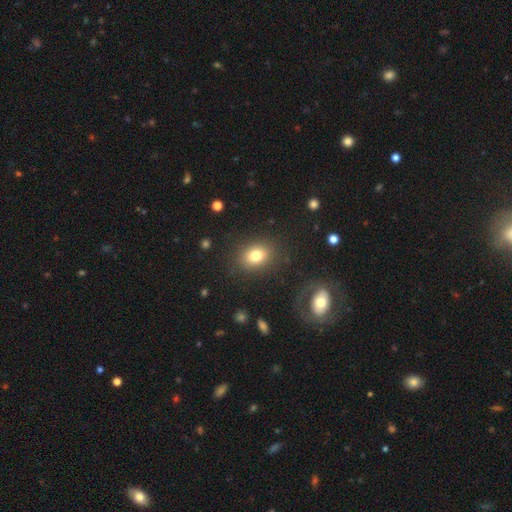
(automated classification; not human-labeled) Smooth or featured? Predicted: smooth (p=0.79). How rounded? Predicted: in between (p=0.62). Merging? Predicted: none (p=0.83).